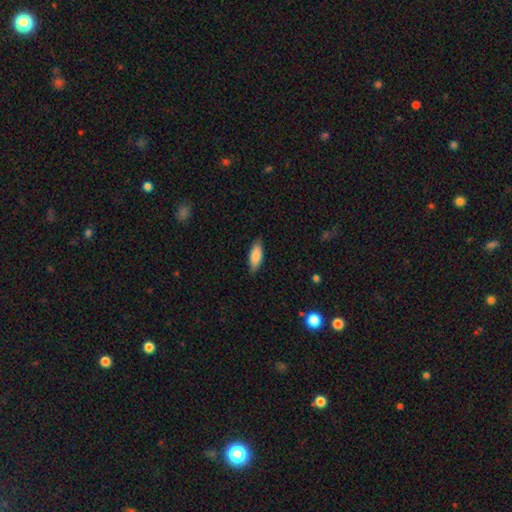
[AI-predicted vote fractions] This is clearly a smooth galaxy (85%). How rounded: likely in between (74%). Merging: clearly none (84%).